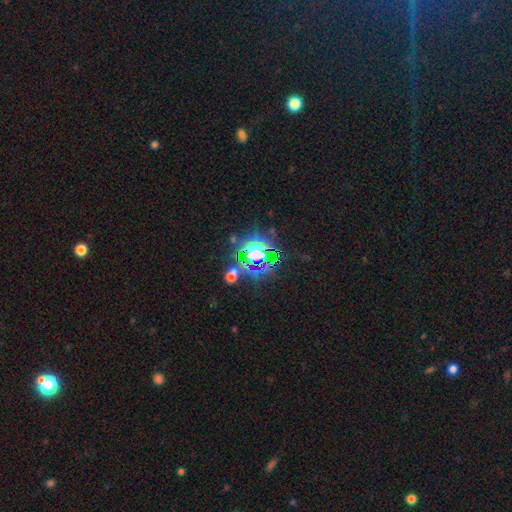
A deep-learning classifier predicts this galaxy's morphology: This is likely a star or artifact rather than a galaxy (68%).